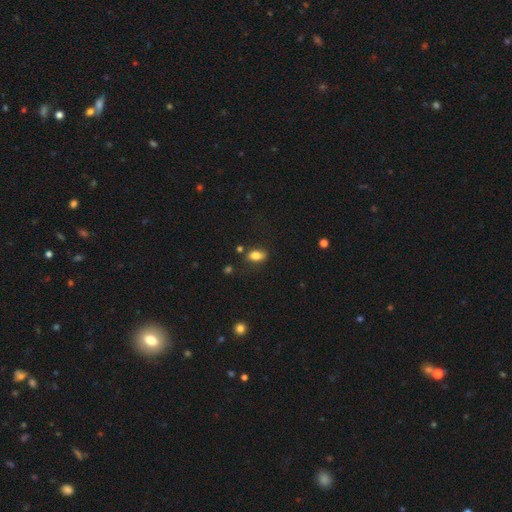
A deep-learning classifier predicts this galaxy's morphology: type=smooth (80%); roundness=in between (84%); merging=none (76%).